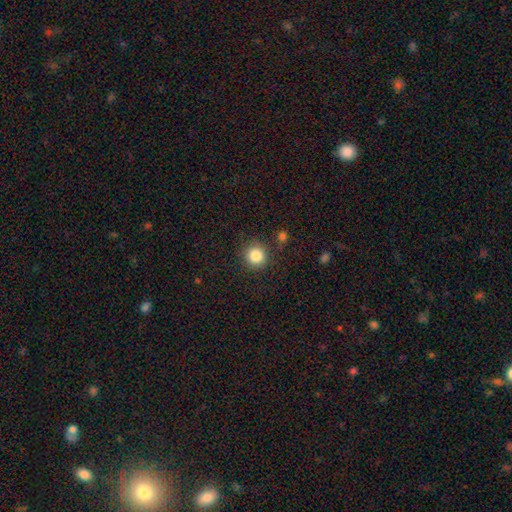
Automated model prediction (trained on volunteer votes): This appears to be a smooth galaxy with no disk features (85%) that is round (93%). Merging: none (86%).